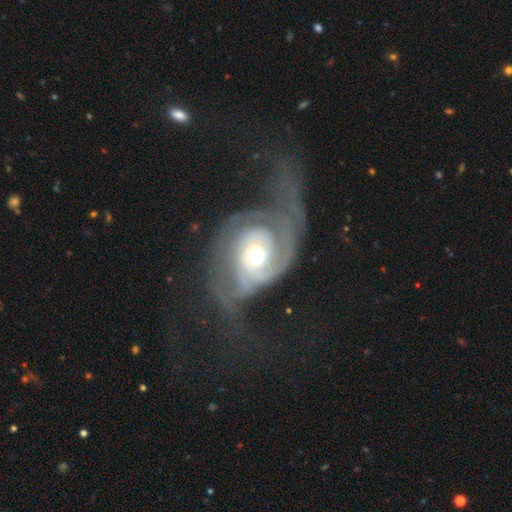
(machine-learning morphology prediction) The model was most divided on "spiral winding": tight: 49%, medium: 32%, loose: 19%. Remaining: edge-on disk — no (97%); spiral arms — yes (91%); smooth or featured — featured or disk (85%); bar — no (78%); bulge size — moderate (70%); merging — major disturbance (49%); spiral arm count — 2 (46%).